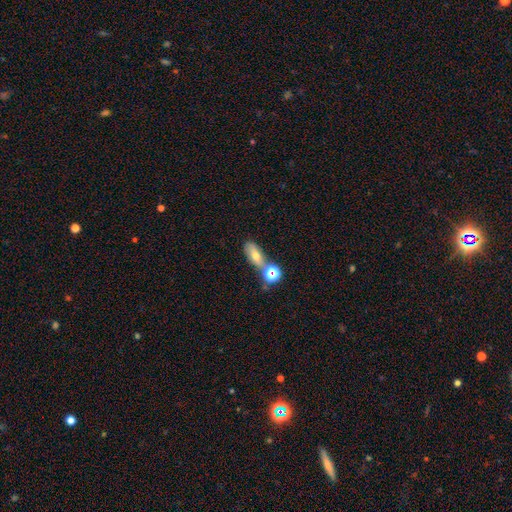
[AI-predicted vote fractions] Q: Smooth or featured?
A: smooth (62%); runner-up: featured or disk (23%)
Q: How rounded?
A: in between (71%); runner-up: cigar-shaped (15%)
Q: Merging?
A: none (52%); runner-up: merger (27%)